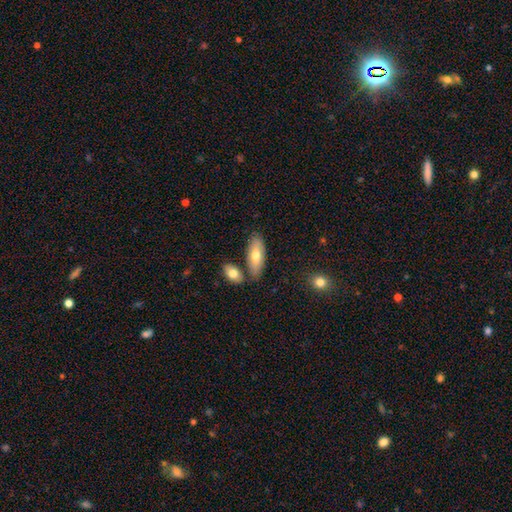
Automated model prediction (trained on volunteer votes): A smooth galaxy with no disk features (69%) that is in between round and cigar-shaped (75%). Merging: none (73%).